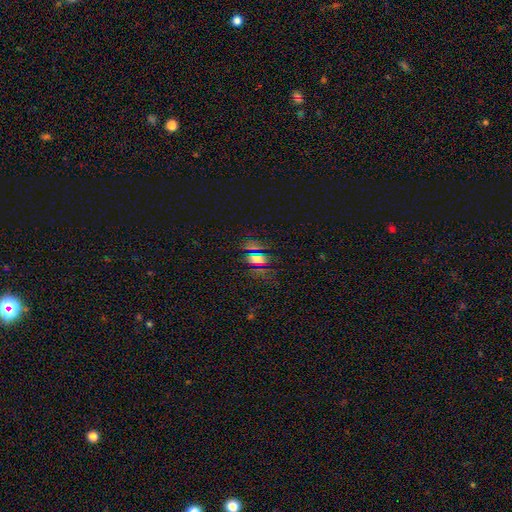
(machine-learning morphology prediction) smooth_or_featured: smooth (p=0.48) [alt: star or artifact p=0.41]
merging: none (p=0.77) [alt: minor disturbance p=0.13]